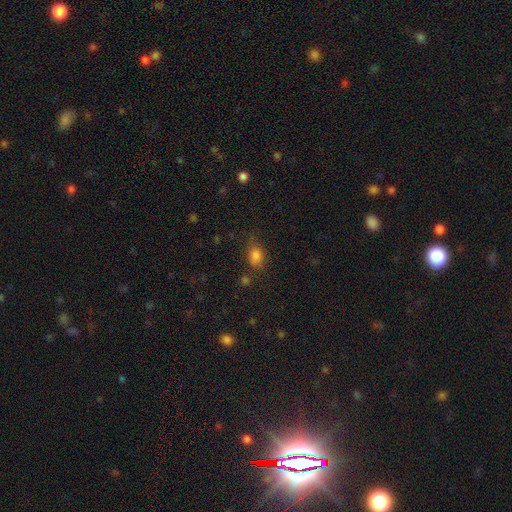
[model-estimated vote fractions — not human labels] Smooth or featured?
  - smooth: 81% *
  - star or artifact: 13%
  - featured or disk: 7%
How rounded?
  - in between: 69% *
  - round: 29%
  - cigar-shaped: 2%
Merging?
  - none: 64% *
  - minor disturbance: 23%
  - major disturbance: 8%
  - merger: 5%